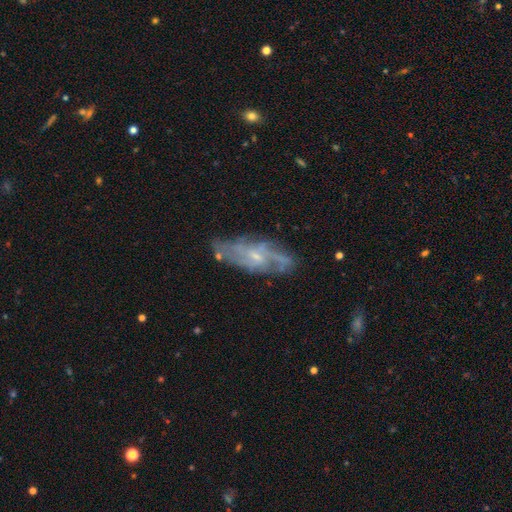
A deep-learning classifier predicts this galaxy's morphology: Overall: featured or disk (78%). Edge-on disk: no (86%). Bar: no (50%; weak 42%). Spiral arms: yes (86%). Spiral arm count: can't tell (36%; 2 34%). Spiral winding: medium (42%; loose 30%). Bulge size: small (68%). Merging: none (69%).